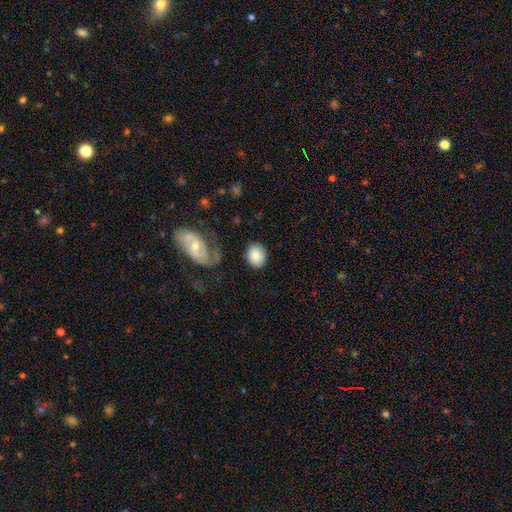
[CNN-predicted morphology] smooth_or_featured: smooth (p=0.81) [alt: featured or disk p=0.12]
how_rounded: round (p=0.51) [alt: in between p=0.48]
merging: none (p=0.75) [alt: minor disturbance p=0.13]